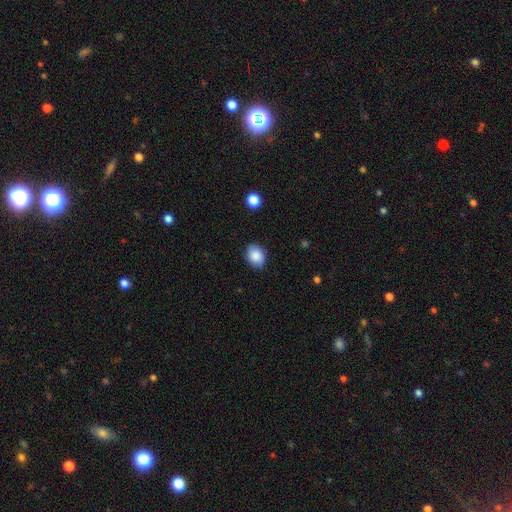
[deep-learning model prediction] A smooth galaxy with no disk features (87%) that is in between round and cigar-shaped (63%). Merging: none (84%).